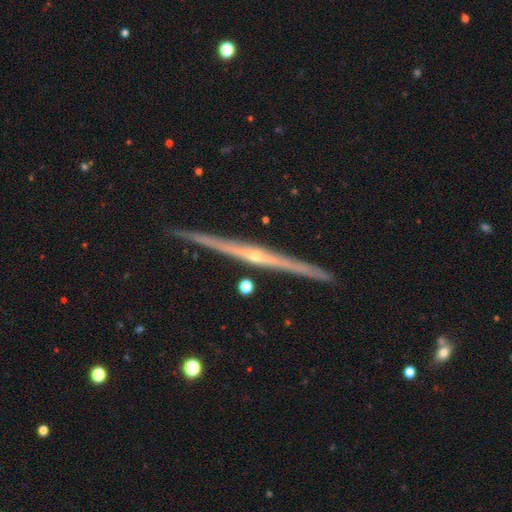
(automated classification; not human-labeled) featured or disk 85%, smooth 9%, star or artifact 6%. Down the decision tree: edge-on disk — yes (98%); edge-on bulge — rounded (68%); merging — none (91%).